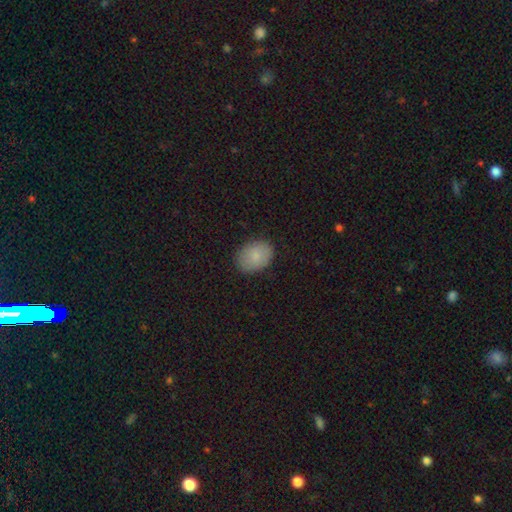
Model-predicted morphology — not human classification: Q: Smooth or featured?
A: smooth (85%); runner-up: featured or disk (7%)
Q: How rounded?
A: in between (69%); runner-up: round (30%)
Q: Merging?
A: none (86%); runner-up: minor disturbance (11%)